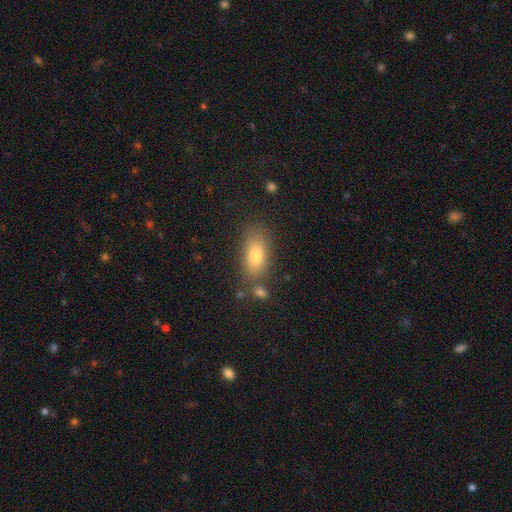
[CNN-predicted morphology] smooth-or-featured: smooth: 76% | featured or disk: 13% | star or artifact: 11%
  how-rounded: in between: 84% | round: 8% | cigar-shaped: 8%
  merging: none: 74% | minor disturbance: 13% | merger: 9% | major disturbance: 4%